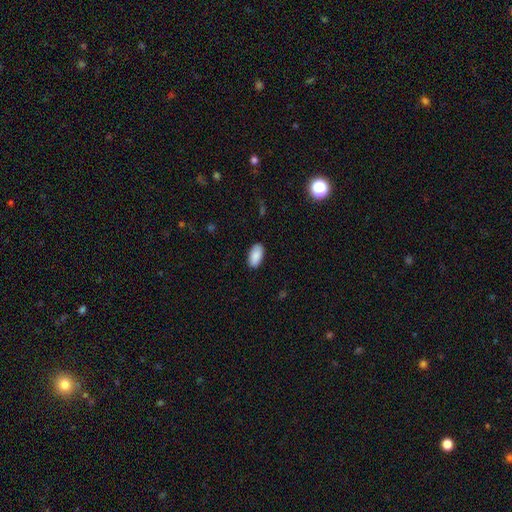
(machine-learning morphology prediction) The model was most divided on "merging": none: 88%, minor disturbance: 9%, major disturbance: 2%, merger: 1%. More confident: how rounded — in between (95%); smooth or featured — smooth (90%).